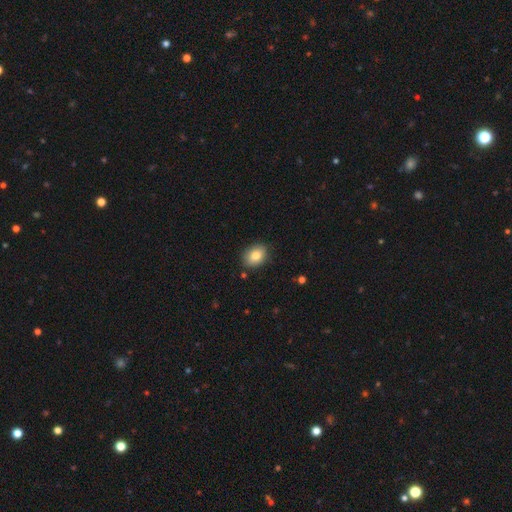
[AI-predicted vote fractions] This is clearly a smooth galaxy (83%). How rounded: likely in between (73%). Merging: clearly none (84%).